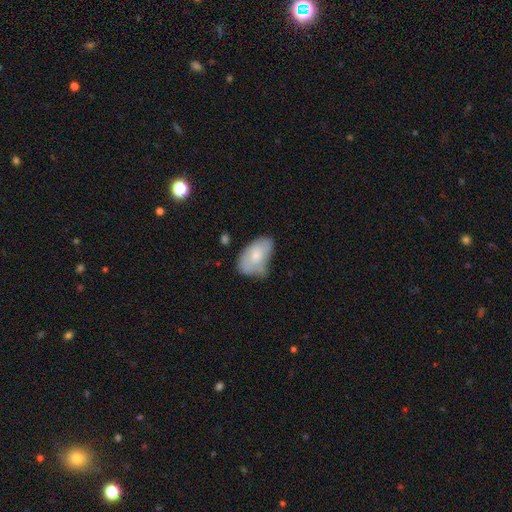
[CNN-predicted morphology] smooth_or_featured: smooth (p=0.67) [alt: featured or disk p=0.26]
how_rounded: in between (p=0.92) [alt: round p=0.06]
merging: none (p=0.42) [alt: minor disturbance p=0.39]